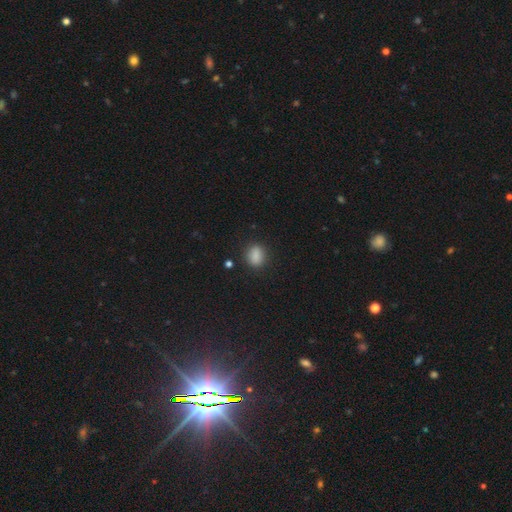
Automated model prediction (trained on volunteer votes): Smooth or featured: smooth — 86% (star or artifact — 10%)
How rounded: in between — 61% (round — 36%)
Merging: none — 82% (minor disturbance — 12%)